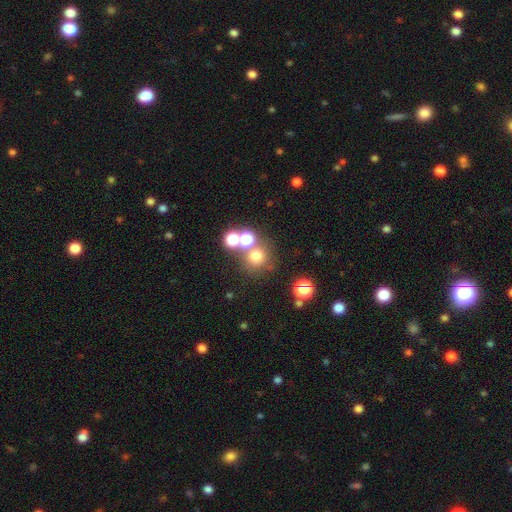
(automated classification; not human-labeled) Morphology: type=smooth (67%); roundness=round (90%); merging=none (63%).